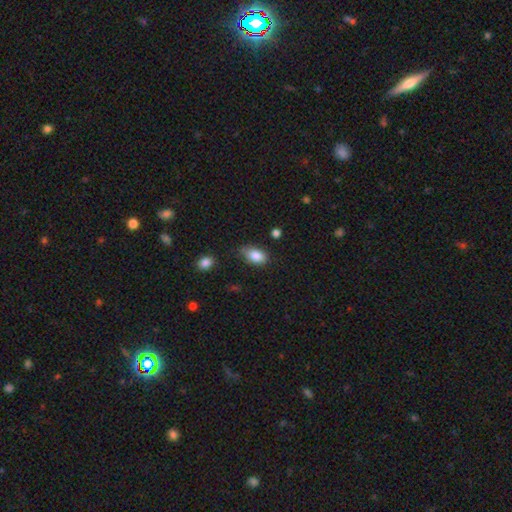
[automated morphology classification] A smooth galaxy with no disk features (86%) that is in between round and cigar-shaped (89%).

Vote fractions:
- Smooth or featured? smooth: 86% / star or artifact: 8% / featured or disk: 7%
- How rounded? in between: 89% / round: 9% / cigar-shaped: 2%
- Merging? none: 66% / minor disturbance: 27% / major disturbance: 5% / merger: 3%